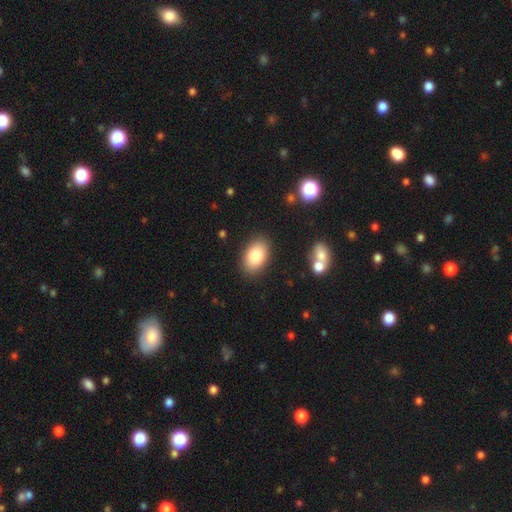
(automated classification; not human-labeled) The model was most divided on "smooth or featured": smooth: 84%, featured or disk: 9%, star or artifact: 7%. More confident: how rounded — in between (89%); merging — none (86%).